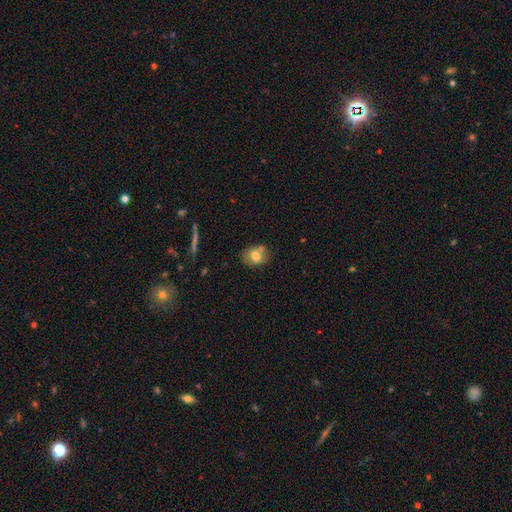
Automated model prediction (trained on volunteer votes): smooth 72%, featured or disk 19%, star or artifact 9%. Down the decision tree: how rounded — in between (50%); merging — none (66%).